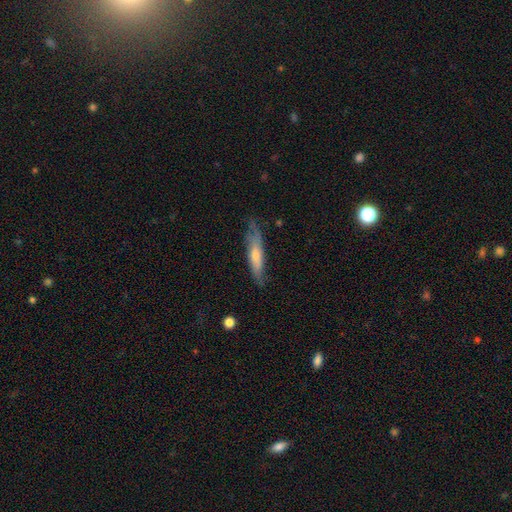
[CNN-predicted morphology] smooth-or-featured: smooth: 48% | featured or disk: 46% | star or artifact: 6%
  merging: none: 67% | minor disturbance: 24% | major disturbance: 7% | merger: 2%